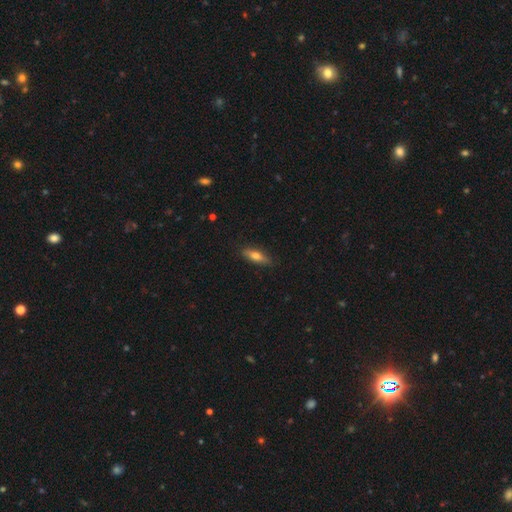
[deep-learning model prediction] Q: Smooth or featured?
A: smooth (66%); runner-up: featured or disk (28%)
Q: How rounded?
A: in between (51%); runner-up: cigar-shaped (46%)
Q: Merging?
A: none (85%); runner-up: minor disturbance (12%)